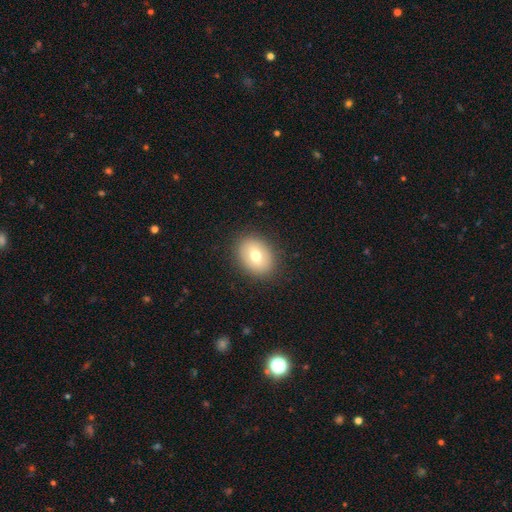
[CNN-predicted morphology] Smooth or featured?
  - smooth: 69% *
  - featured or disk: 22%
  - star or artifact: 9%
How rounded?
  - in between: 61% *
  - round: 38%
  - cigar-shaped: 1%
Merging?
  - none: 88% *
  - minor disturbance: 8%
  - major disturbance: 3%
  - merger: 1%